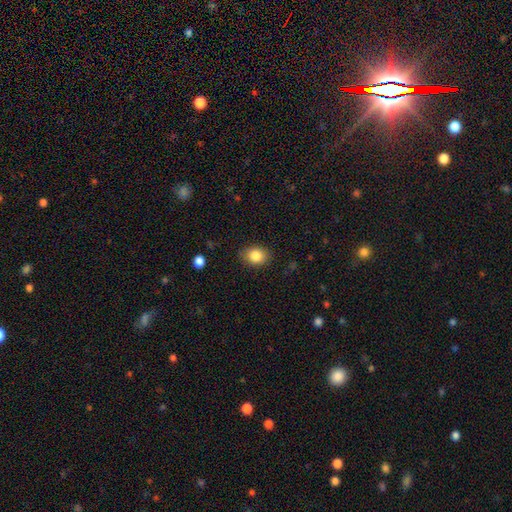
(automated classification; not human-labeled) This is clearly a smooth galaxy (85%). How rounded: possibly in between (52%). Merging: clearly none (83%).